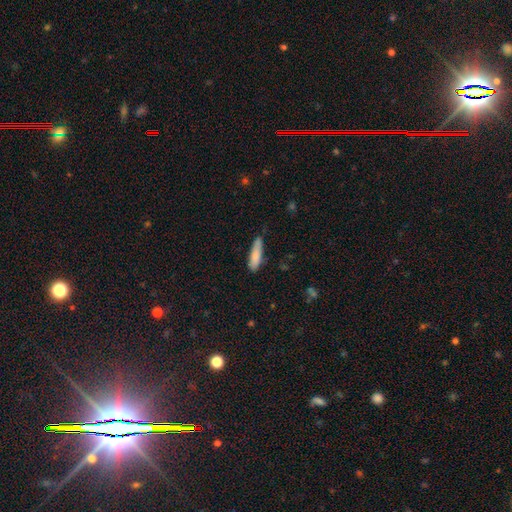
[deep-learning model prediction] Smooth or featured? smooth (83%)
How rounded? cigar-shaped (67%)
Merging? none (70%)